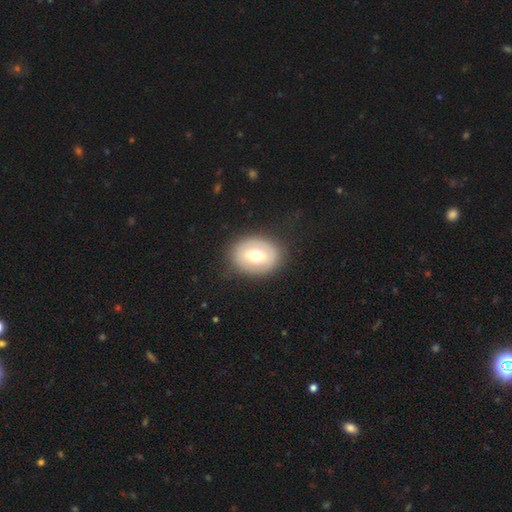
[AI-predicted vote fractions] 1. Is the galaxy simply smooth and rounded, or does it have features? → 56% smooth, 37% featured or disk, 7% star or artifact.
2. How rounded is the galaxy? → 58% in between, 41% round, 1% cigar-shaped.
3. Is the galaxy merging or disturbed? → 84% none, 11% minor disturbance, 5% major disturbance, 1% merger.